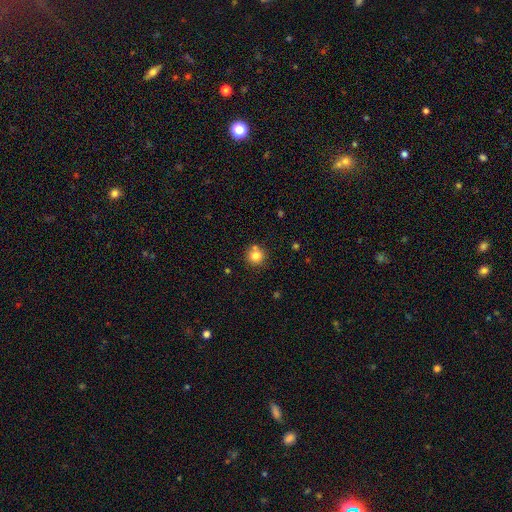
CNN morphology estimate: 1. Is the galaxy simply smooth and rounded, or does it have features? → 79% smooth, 12% star or artifact, 8% featured or disk.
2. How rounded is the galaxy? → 93% round, 6% in between, 1% cigar-shaped.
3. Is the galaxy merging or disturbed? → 74% none, 14% merger, 9% minor disturbance, 3% major disturbance.